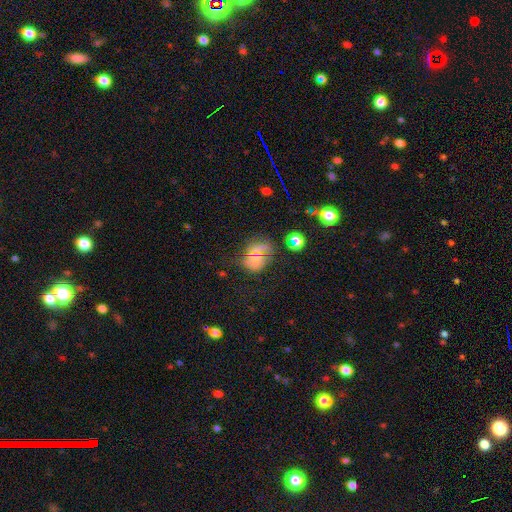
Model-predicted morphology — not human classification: smooth 43%, featured or disk 29%, star or artifact 27%. Down the decision tree: merging — none (47%).